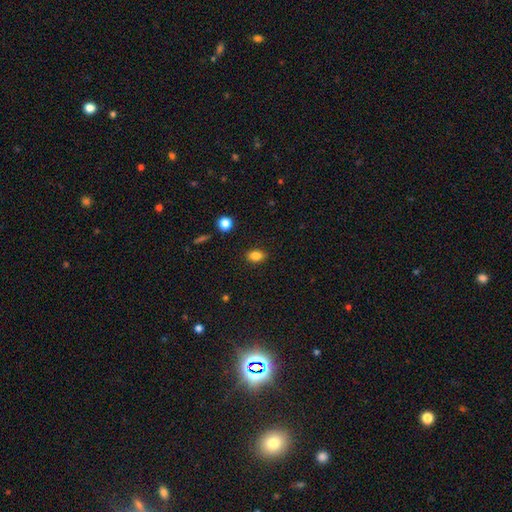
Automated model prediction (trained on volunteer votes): Overall: smooth (84%). How rounded: in between (77%). Merging: none (86%).